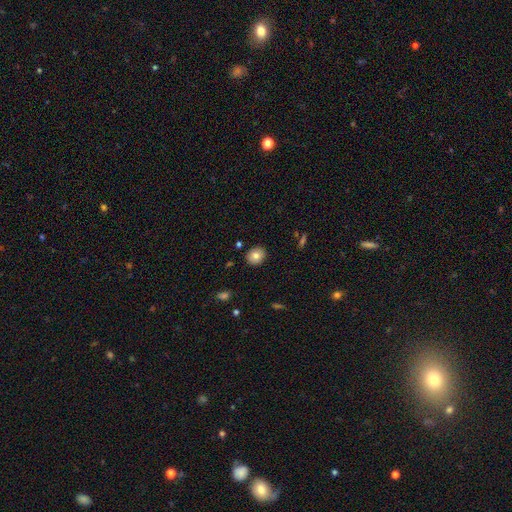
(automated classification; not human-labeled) smooth_or_featured: smooth (p=0.79) [alt: featured or disk p=0.12]
how_rounded: round (p=0.70) [alt: in between p=0.29]
merging: none (p=0.89) [alt: minor disturbance p=0.08]